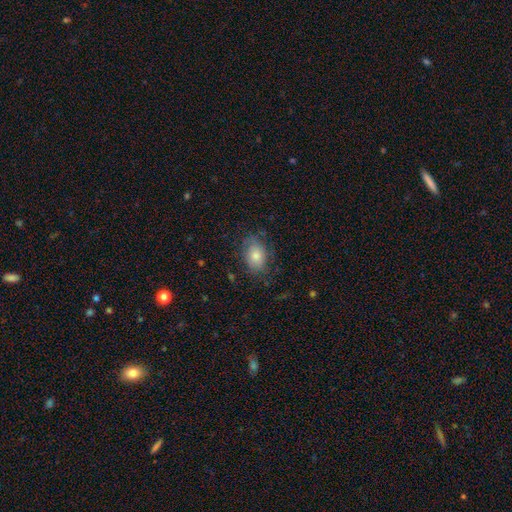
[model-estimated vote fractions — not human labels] Overall: smooth (73%). How rounded: in between (78%). Merging: none (73%).